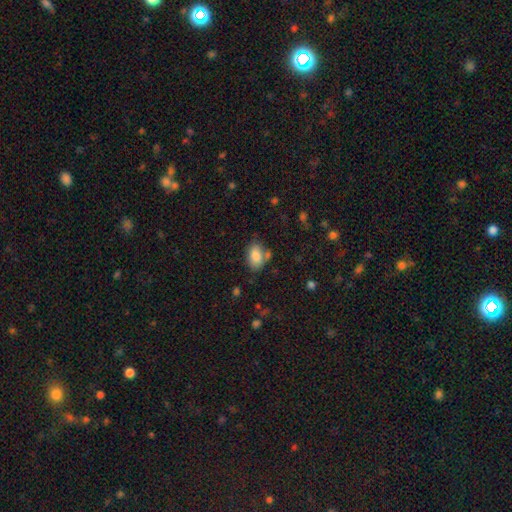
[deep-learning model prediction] smooth_or_featured: smooth (p=0.83) [alt: featured or disk p=0.09]
how_rounded: in between (p=0.87) [alt: round p=0.11]
merging: none (p=0.64) [alt: minor disturbance p=0.19]